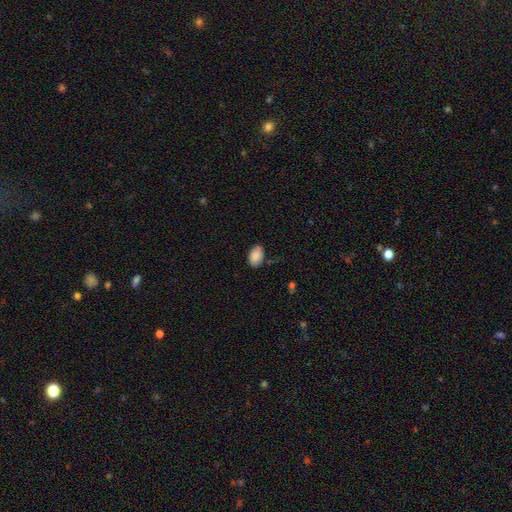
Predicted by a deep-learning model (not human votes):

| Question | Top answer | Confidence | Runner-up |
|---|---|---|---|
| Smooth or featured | smooth | 87% | star or artifact (7%) |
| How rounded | in between | 89% | round (10%) |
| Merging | none | 77% | minor disturbance (18%) |